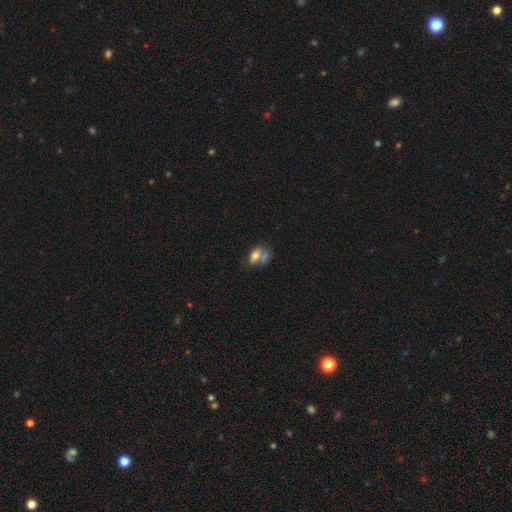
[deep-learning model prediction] Smooth or featured?
  - smooth: 63% *
  - featured or disk: 26%
  - star or artifact: 11%
How rounded?
  - in between: 79% *
  - round: 16%
  - cigar-shaped: 5%
Merging?
  - merger: 39% *
  - none: 30%
  - minor disturbance: 17%
  - major disturbance: 14%